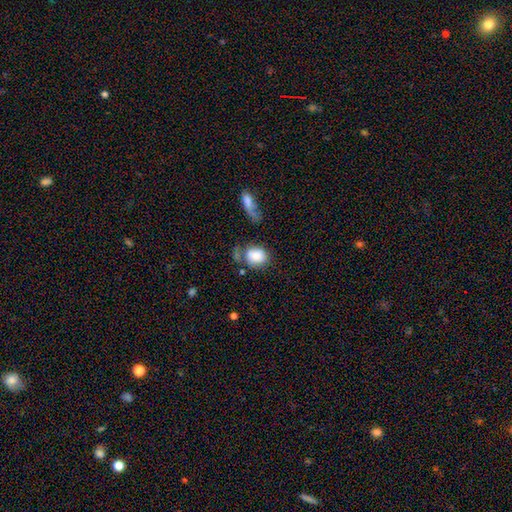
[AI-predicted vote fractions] smooth-or-featured: smooth: 83% | featured or disk: 9% | star or artifact: 7%
  how-rounded: in between: 51% | round: 47% | cigar-shaped: 2%
  merging: none: 48% | minor disturbance: 21% | merger: 18% | major disturbance: 12%